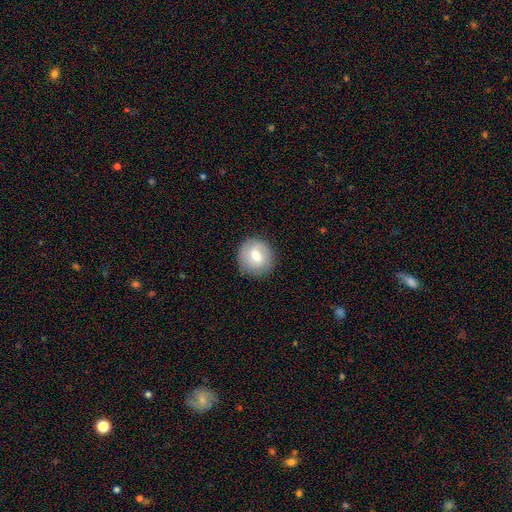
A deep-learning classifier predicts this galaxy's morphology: This appears to be a smooth galaxy with no disk features (60%) that is round (90%). Merging: none (87%).